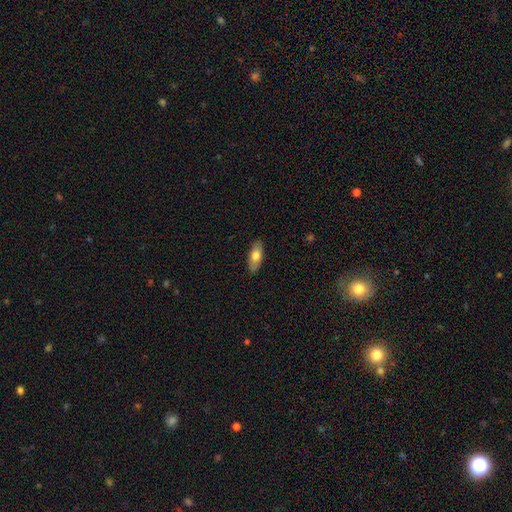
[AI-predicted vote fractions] Smooth or featured? smooth (71%)
How rounded? in between (83%)
Merging? none (86%)